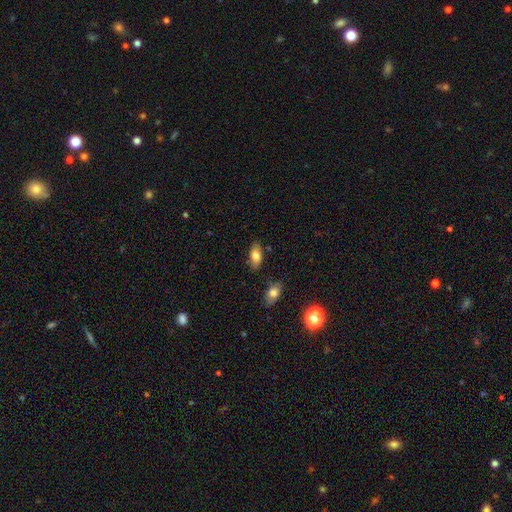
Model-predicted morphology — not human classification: smooth 78%, featured or disk 14%, star or artifact 8%. Down the decision tree: how rounded — in between (89%); merging — none (81%).